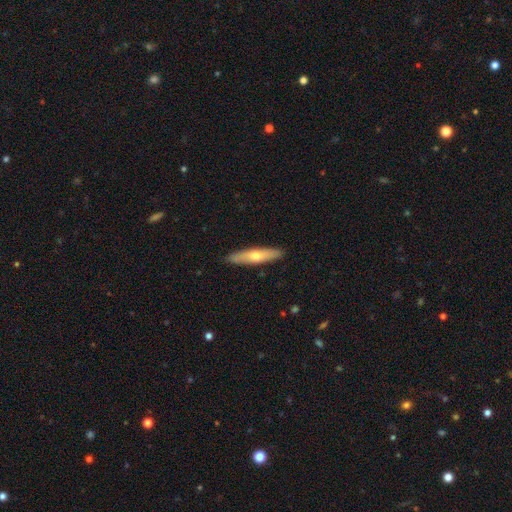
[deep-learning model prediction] smooth-or-featured: smooth: 53% | featured or disk: 41% | star or artifact: 5%
  how-rounded: cigar-shaped: 82% | in between: 16% | round: 2%
  merging: none: 89% | minor disturbance: 8% | major disturbance: 1% | merger: 1%